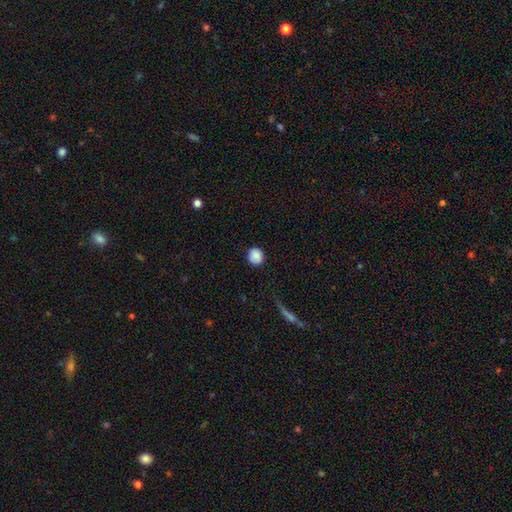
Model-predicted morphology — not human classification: Smooth or featured? Predicted: smooth (p=0.87). How rounded? Predicted: round (p=0.88). Merging? Predicted: none (p=0.87).